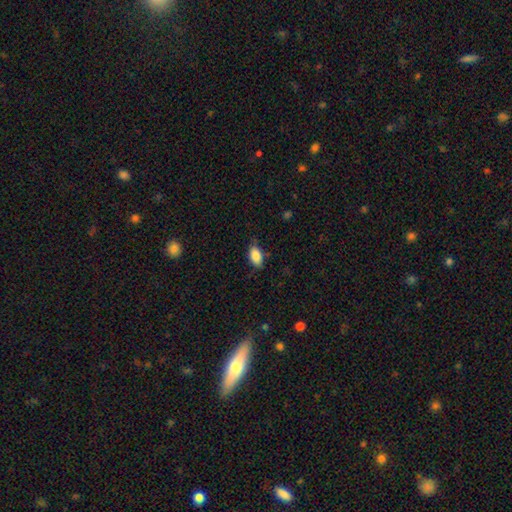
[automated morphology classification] smooth_or_featured: smooth (p=0.87) [alt: star or artifact p=0.07]
how_rounded: in between (p=0.92) [alt: round p=0.05]
merging: none (p=0.78) [alt: minor disturbance p=0.17]